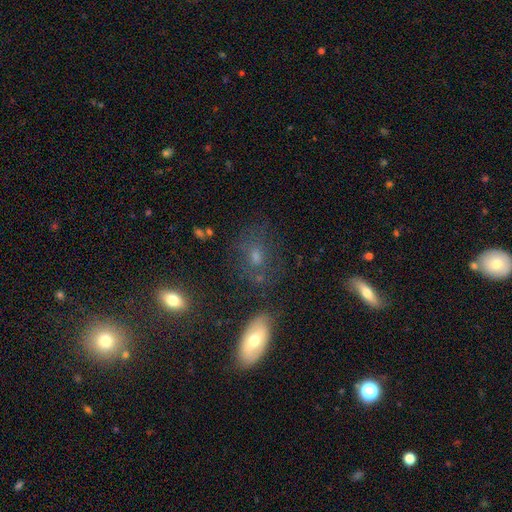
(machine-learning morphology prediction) Smooth or featured? Predicted: smooth (p=0.57). How rounded? Predicted: in between (p=0.57). Merging? Predicted: none (p=0.63).